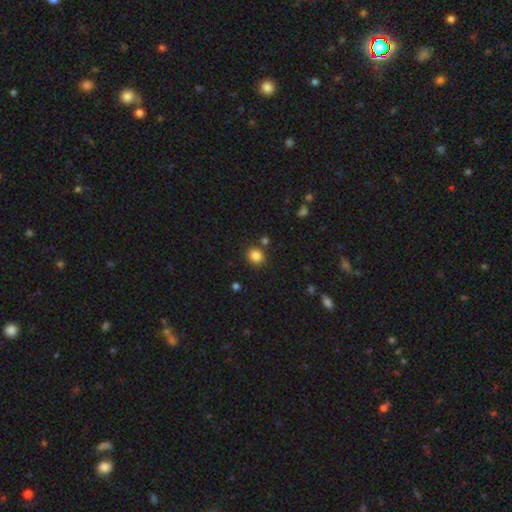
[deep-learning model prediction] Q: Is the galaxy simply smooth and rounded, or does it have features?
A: smooth — 85%.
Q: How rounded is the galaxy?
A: round — 79%.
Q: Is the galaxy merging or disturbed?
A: none — 83%.